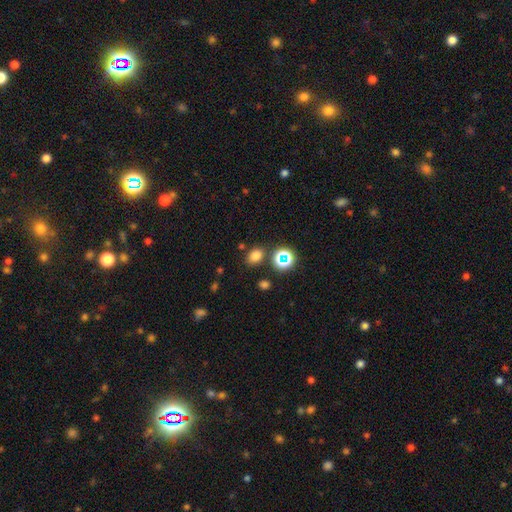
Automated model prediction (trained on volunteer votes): Smooth or featured? smooth (74%)
How rounded? in between (64%)
Merging? none (79%)